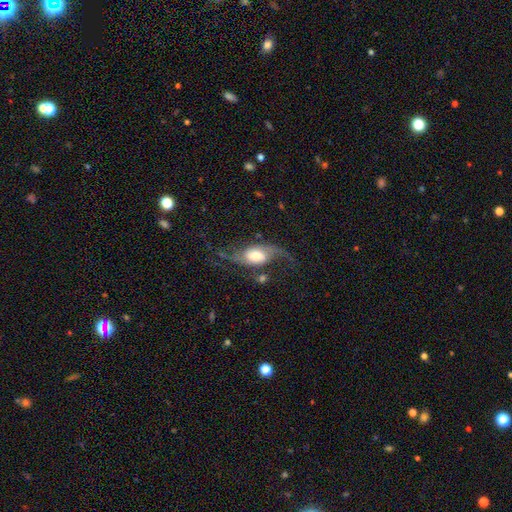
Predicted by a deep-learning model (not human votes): The model was most divided on "bulge size": moderate: 41%, large: 35%, small: 14%, dominant: 9%, none: 3%. Remaining: edge-on disk — no (94%); spiral arms — yes (94%); spiral arm count — 2 (88%); smooth or featured — featured or disk (78%); spiral winding — loose (78%); merging — none (53%); bar — no (49%).